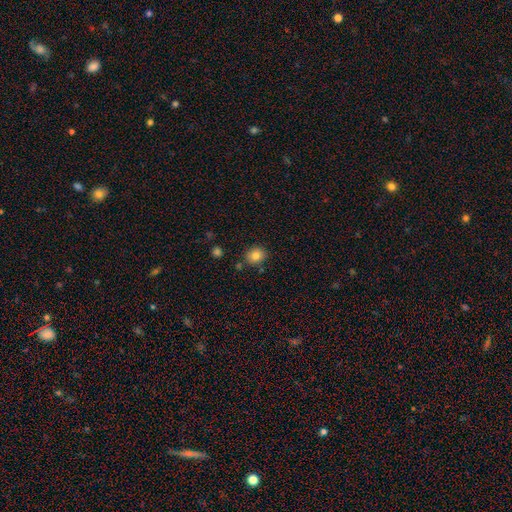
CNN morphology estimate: Smooth or featured? Predicted: smooth (p=0.82). How rounded? Predicted: round (p=0.73). Merging? Predicted: none (p=0.82).